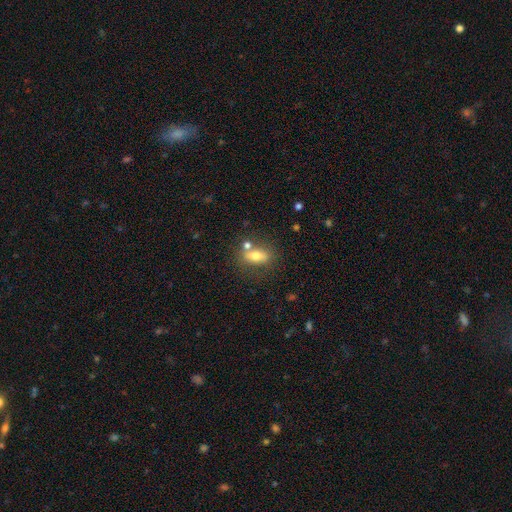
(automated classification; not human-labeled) Smooth or featured? smooth (67%)
How rounded? in between (75%)
Merging? none (65%)